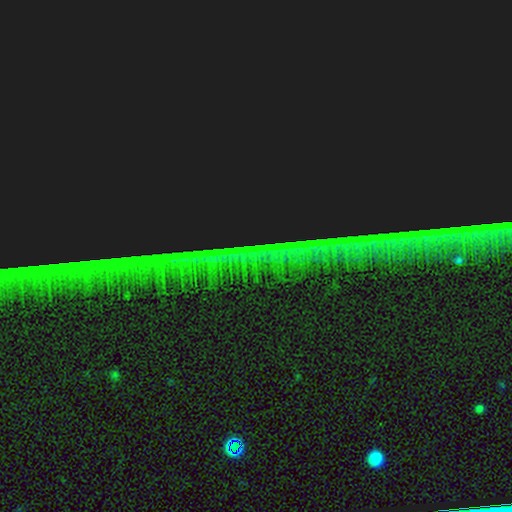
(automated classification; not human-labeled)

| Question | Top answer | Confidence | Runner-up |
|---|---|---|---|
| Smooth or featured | star or artifact | 88% | featured or disk (7%) |